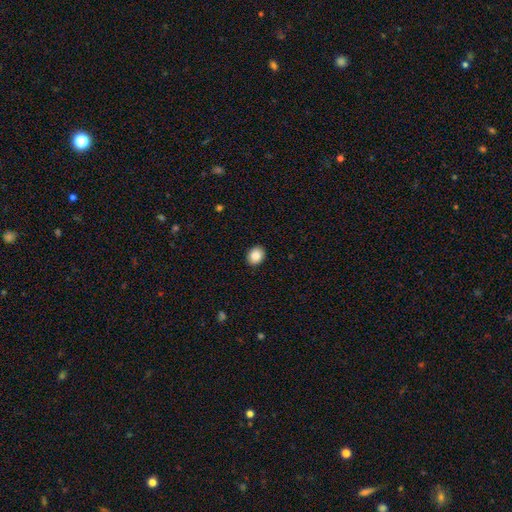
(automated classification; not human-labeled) Morphology: type=smooth (89%); roundness=round (52%); merging=none (90%).